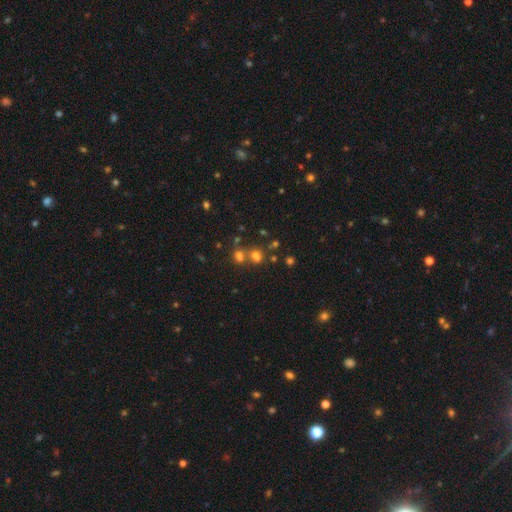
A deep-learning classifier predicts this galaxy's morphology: Smooth or featured? Predicted: smooth (p=0.65). How rounded? Predicted: round (p=0.66). Merging? Predicted: none (p=0.48).